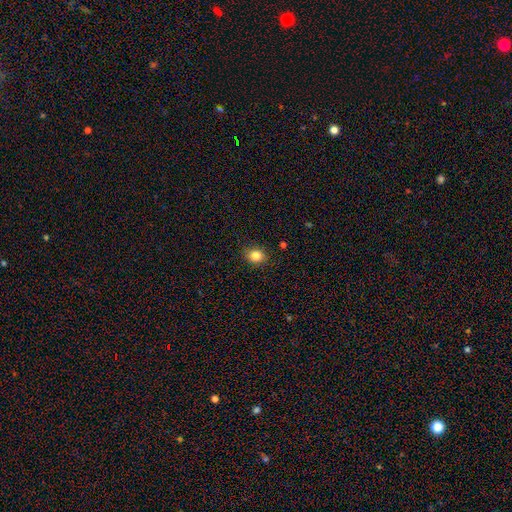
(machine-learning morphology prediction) The model was most divided on "how rounded": round: 67%, in between: 33%, cigar-shaped: 1%. More confident: merging — none (88%); smooth or featured — smooth (84%).